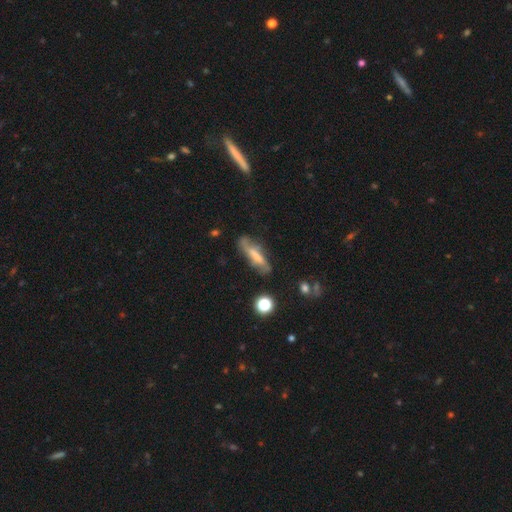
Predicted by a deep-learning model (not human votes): Morphology: type=smooth (47%); merging=none (59%).